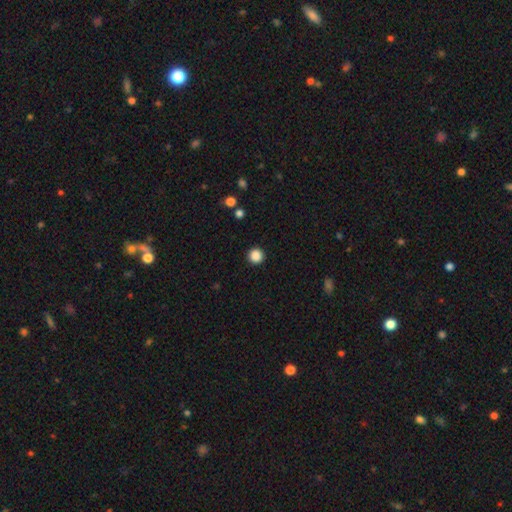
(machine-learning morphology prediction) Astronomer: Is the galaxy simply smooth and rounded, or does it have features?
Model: smooth — 87%.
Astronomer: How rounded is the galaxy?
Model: round — 96%.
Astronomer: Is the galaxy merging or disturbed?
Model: none — 93%.